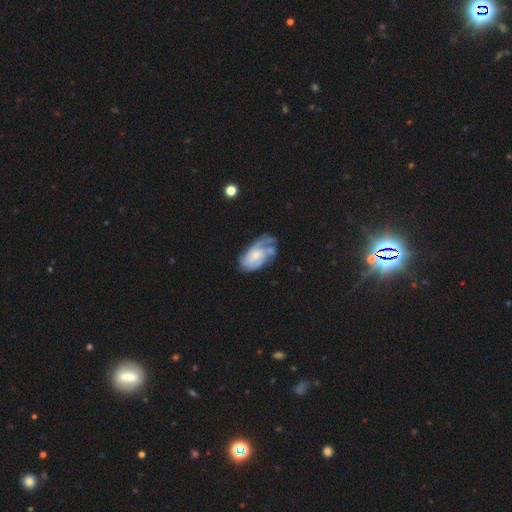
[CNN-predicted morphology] smooth_or_featured: featured or disk (p=0.70) [alt: smooth p=0.24]
disk_edge_on: no (p=0.96) [alt: yes p=0.04]
bar: no (p=0.70) [alt: weak p=0.26]
has_spiral_arms: yes (p=0.85) [alt: no p=0.15]
spiral_winding: tight (p=0.49) [alt: medium p=0.36]
spiral_arm_count: can't tell (p=0.41) [alt: 2 p=0.20]
bulge_size: small (p=0.50) [alt: moderate p=0.35]
merging: none (p=0.40) [alt: minor disturbance p=0.29]